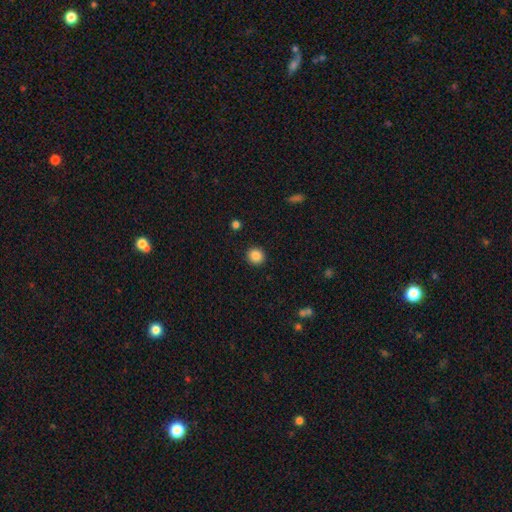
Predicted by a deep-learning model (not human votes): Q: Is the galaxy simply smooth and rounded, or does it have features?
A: smooth — 86%.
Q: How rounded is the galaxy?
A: round — 90%.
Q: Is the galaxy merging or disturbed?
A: none — 92%.